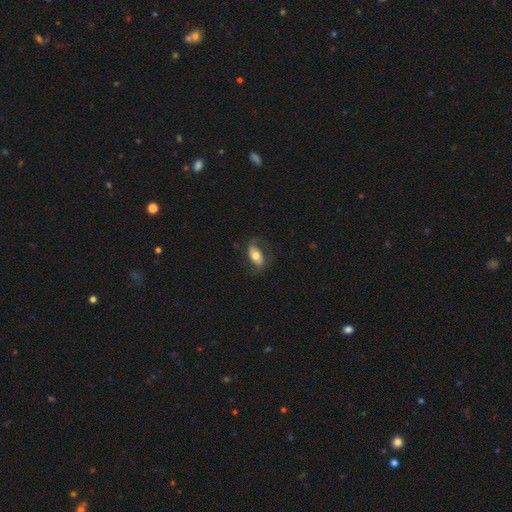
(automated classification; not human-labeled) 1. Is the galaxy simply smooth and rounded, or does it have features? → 50% featured or disk, 43% smooth, 7% star or artifact.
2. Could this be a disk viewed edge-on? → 88% no, 12% yes.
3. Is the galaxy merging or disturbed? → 65% none, 20% minor disturbance, 14% major disturbance, 1% merger.